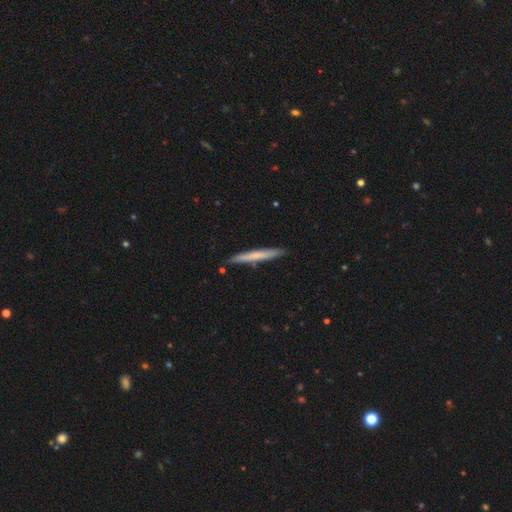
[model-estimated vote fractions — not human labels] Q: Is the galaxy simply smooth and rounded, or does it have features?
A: smooth — 63%.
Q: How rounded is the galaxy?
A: cigar-shaped — 96%.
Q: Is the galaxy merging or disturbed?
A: none — 89%.